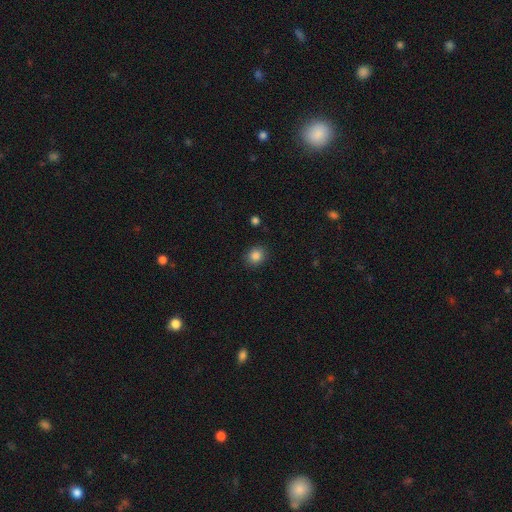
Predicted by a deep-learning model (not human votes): smooth-or-featured: smooth: 85% | star or artifact: 10% | featured or disk: 5%
  how-rounded: round: 72% | in between: 27% | cigar-shaped: 1%
  merging: none: 89% | minor disturbance: 8% | major disturbance: 2% | merger: 1%